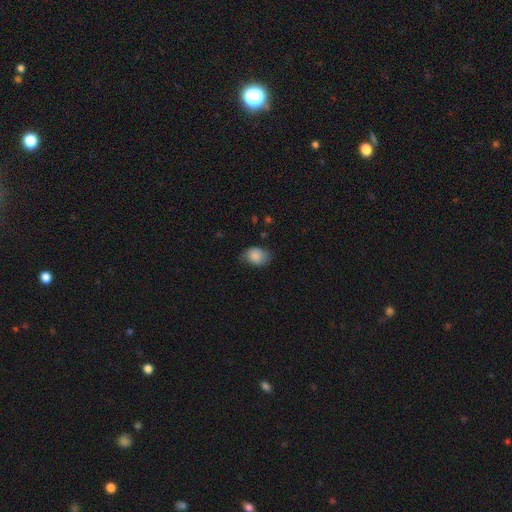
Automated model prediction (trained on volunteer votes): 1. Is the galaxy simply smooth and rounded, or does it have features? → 85% smooth, 8% star or artifact, 7% featured or disk.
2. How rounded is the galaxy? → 64% in between, 35% round, 1% cigar-shaped.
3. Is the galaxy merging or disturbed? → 66% none, 27% minor disturbance, 6% major disturbance, 1% merger.